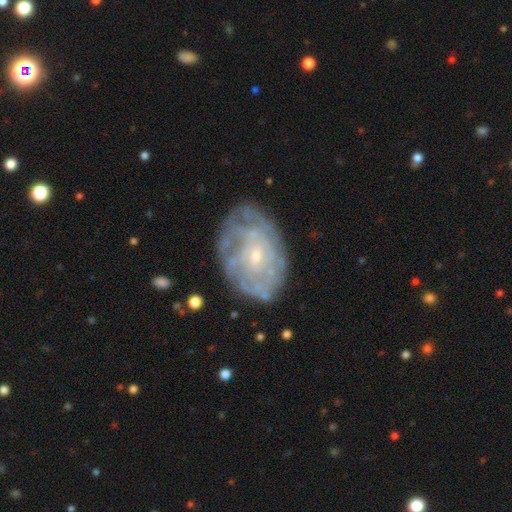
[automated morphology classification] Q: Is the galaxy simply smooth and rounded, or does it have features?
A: featured or disk — 74%.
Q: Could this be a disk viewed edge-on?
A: no — 96%.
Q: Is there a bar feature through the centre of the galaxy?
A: no — 77%.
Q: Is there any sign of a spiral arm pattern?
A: yes — 65%.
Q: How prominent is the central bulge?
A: small — 77%.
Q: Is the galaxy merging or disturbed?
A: none — 69%.